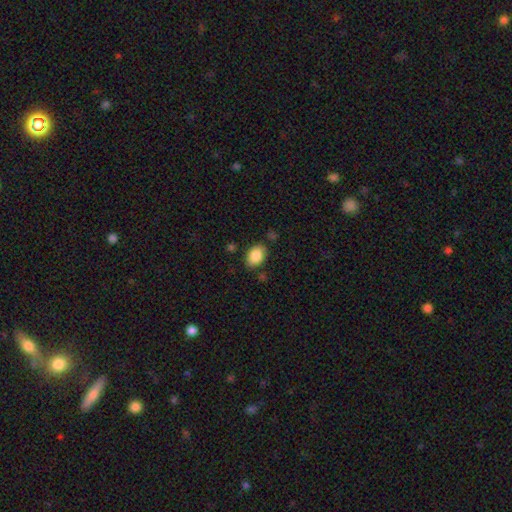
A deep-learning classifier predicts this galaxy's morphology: A smooth galaxy with no disk features (87%) that is in between round and cigar-shaped (82%). Merging: none (81%).